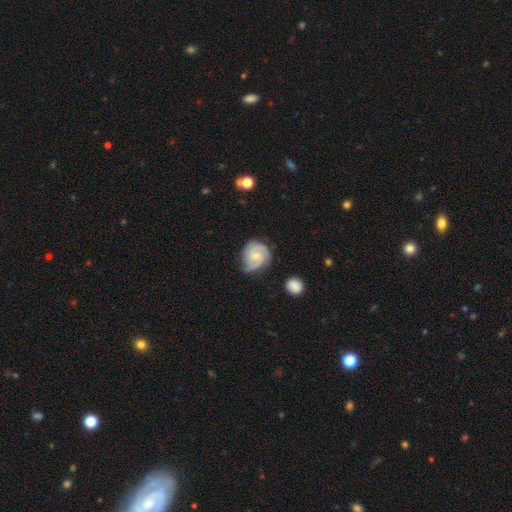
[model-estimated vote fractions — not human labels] Smooth or featured?
  - featured or disk: 79% *
  - smooth: 16%
  - star or artifact: 5%
Edge-on disk?
  - no: 98% *
  - yes: 2%
Bar?
  - no: 60% *
  - weak: 35%
  - strong: 5%
Spiral arms?
  - yes: 97% *
  - no: 3%
Spiral winding?
  - tight: 53% *
  - medium: 38%
  - loose: 8%
Spiral arm count?
  - 2: 70% *
  - 3: 13%
  - can't tell: 9%
  - 1: 4%
  - 4: 2%
  - more than 4: 2%
Bulge size?
  - small: 58% *
  - moderate: 33%
  - none: 7%
  - large: 1%
  - dominant: 1%
Merging?
  - none: 65% *
  - minor disturbance: 26%
  - major disturbance: 7%
  - merger: 2%